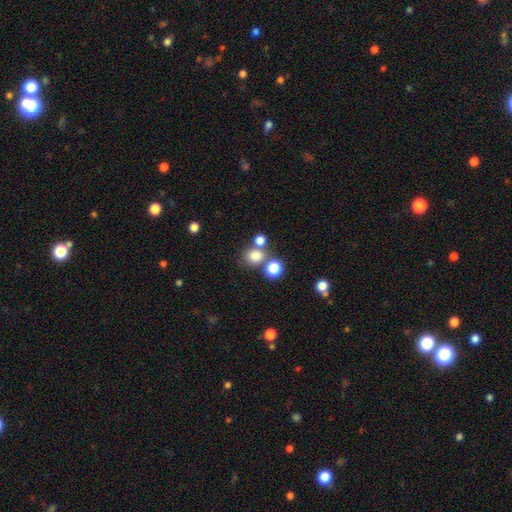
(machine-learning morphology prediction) Overall: smooth (78%). How rounded: round (73%). Merging: none (57%; merger 28%).